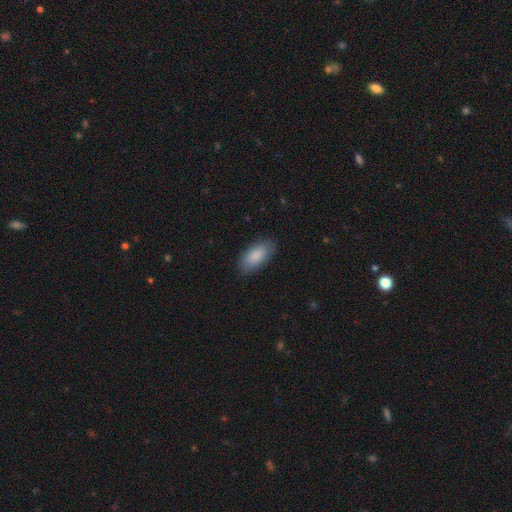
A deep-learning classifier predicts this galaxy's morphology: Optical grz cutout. It shows a smooth galaxy with no disk features (88%) that is in between round and cigar-shaped (91%). Merging: none (86%).